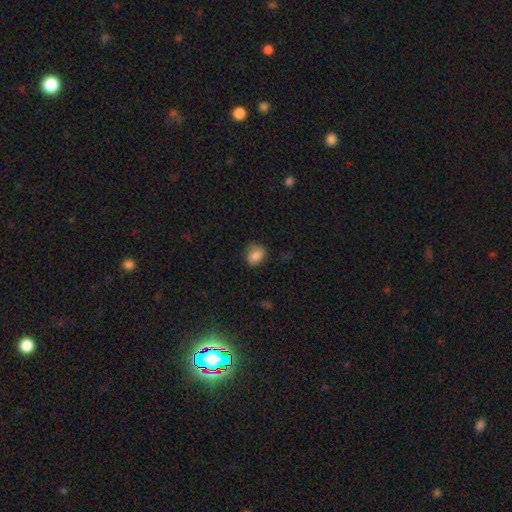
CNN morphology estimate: smooth 82%, star or artifact 9%, featured or disk 8%. Down the decision tree: how rounded — in between (52%); merging — none (65%).